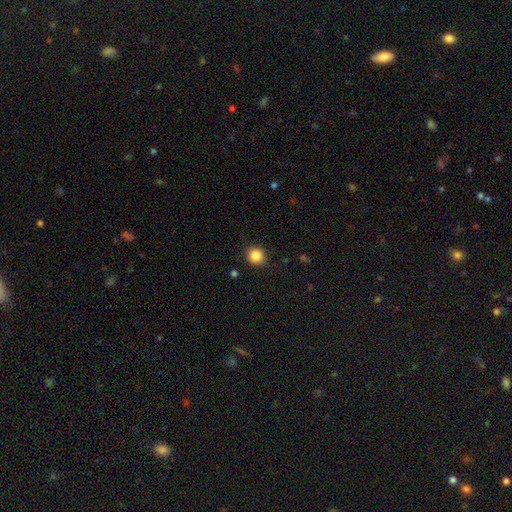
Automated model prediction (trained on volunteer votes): smooth_or_featured: smooth (p=0.86) [alt: star or artifact p=0.10]
how_rounded: round (p=0.89) [alt: in between p=0.10]
merging: none (p=0.90) [alt: minor disturbance p=0.07]